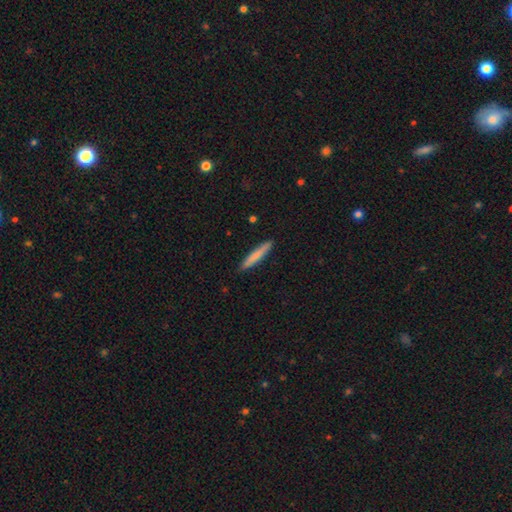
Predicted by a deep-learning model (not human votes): Smooth or featured: smooth — 74% (featured or disk — 20%)
How rounded: cigar-shaped — 94% (in between — 5%)
Merging: none — 90% (minor disturbance — 7%)